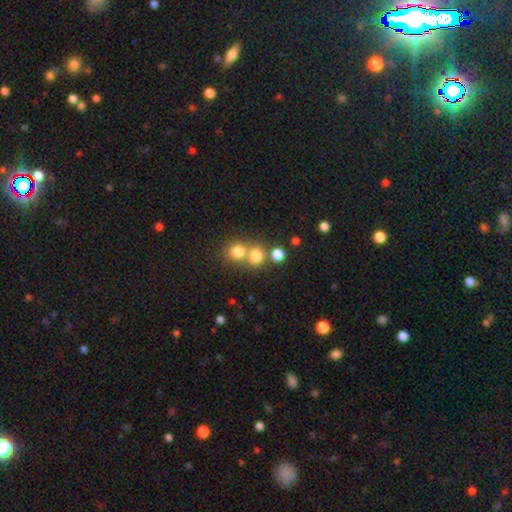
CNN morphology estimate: Smooth or featured? smooth (76%)
How rounded? round (83%)
Merging? none (47%)